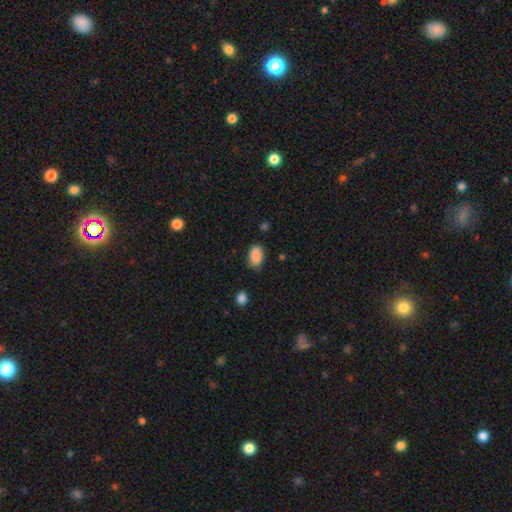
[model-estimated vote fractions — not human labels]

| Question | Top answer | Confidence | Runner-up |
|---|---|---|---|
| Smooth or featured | smooth | 89% | star or artifact (8%) |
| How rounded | in between | 90% | round (8%) |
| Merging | none | 79% | minor disturbance (15%) |